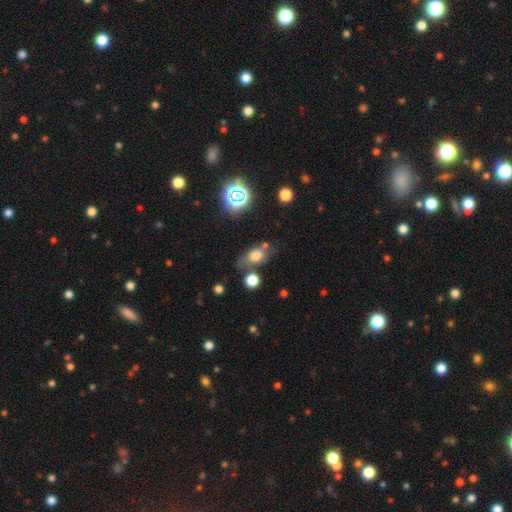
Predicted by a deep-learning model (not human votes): Q: Smooth or featured?
A: smooth (67%); runner-up: featured or disk (18%)
Q: How rounded?
A: in between (72%); runner-up: round (21%)
Q: Merging?
A: none (60%); runner-up: minor disturbance (18%)